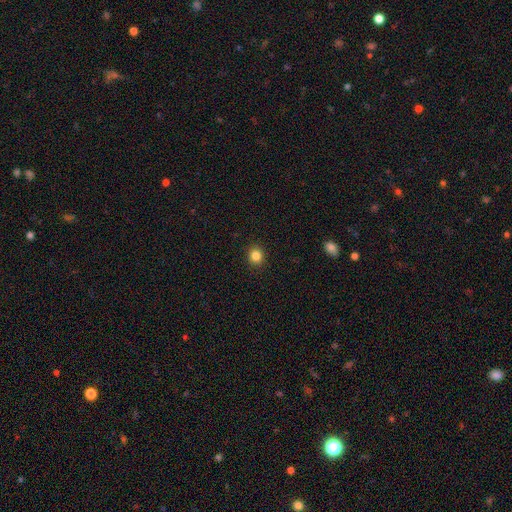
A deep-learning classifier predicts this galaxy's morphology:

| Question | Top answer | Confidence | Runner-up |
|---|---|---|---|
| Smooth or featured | smooth | 85% | star or artifact (11%) |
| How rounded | round | 87% | in between (12%) |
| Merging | none | 92% | minor disturbance (5%) |